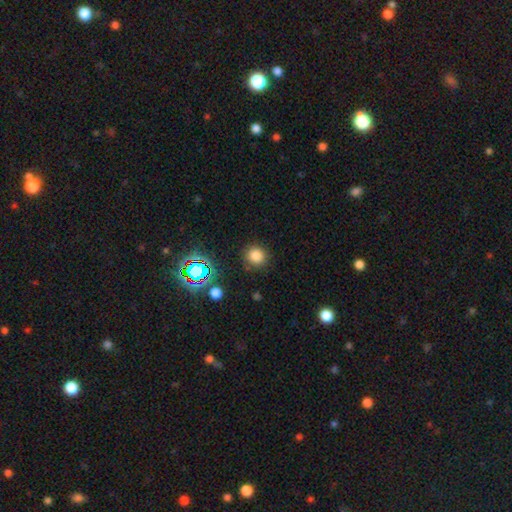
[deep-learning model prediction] Morphology: type=smooth (77%); roundness=round (89%); merging=none (87%).